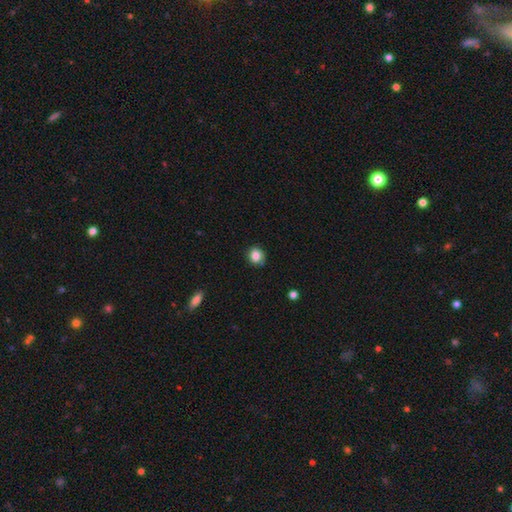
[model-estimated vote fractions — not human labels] Smooth or featured? Predicted: smooth (p=0.83). How rounded? Predicted: round (p=0.75). Merging? Predicted: none (p=0.78).